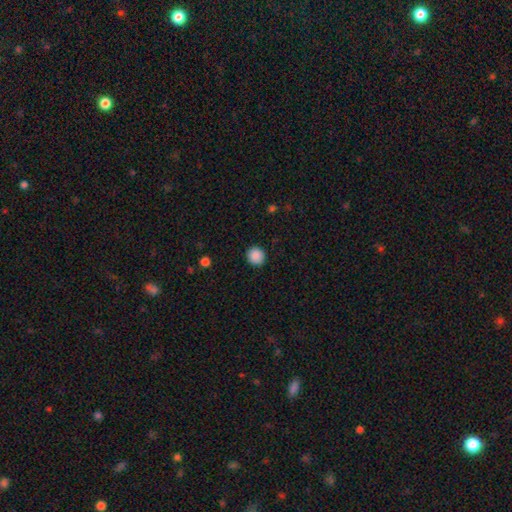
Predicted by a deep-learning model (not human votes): Q: Smooth or featured?
A: smooth (88%); runner-up: star or artifact (9%)
Q: How rounded?
A: round (89%); runner-up: in between (10%)
Q: Merging?
A: none (91%); runner-up: minor disturbance (6%)